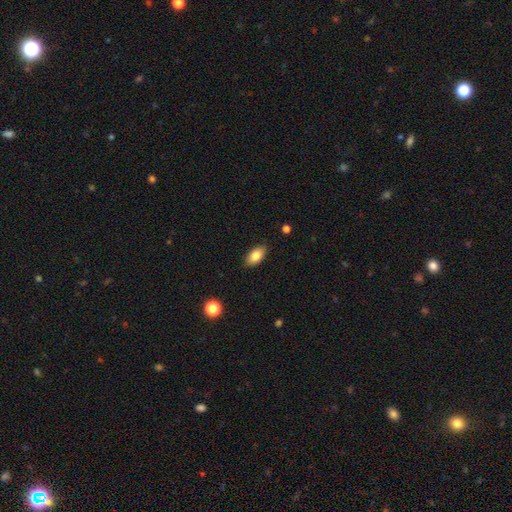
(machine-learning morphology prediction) Q: Smooth or featured?
A: smooth (83%); runner-up: featured or disk (10%)
Q: How rounded?
A: in between (91%); runner-up: cigar-shaped (5%)
Q: Merging?
A: none (87%); runner-up: minor disturbance (10%)